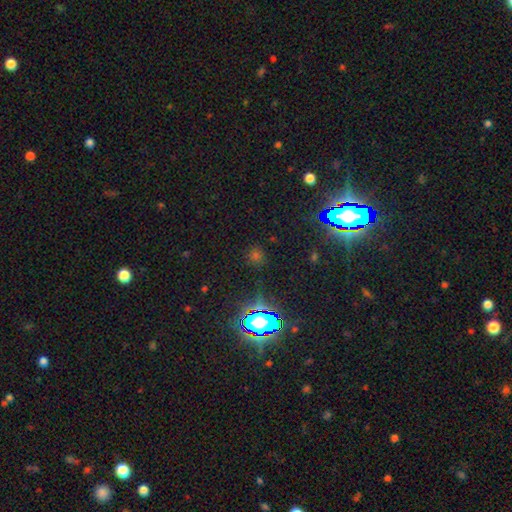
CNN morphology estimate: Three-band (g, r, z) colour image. It shows a star or artifact, not a galaxy (56%).